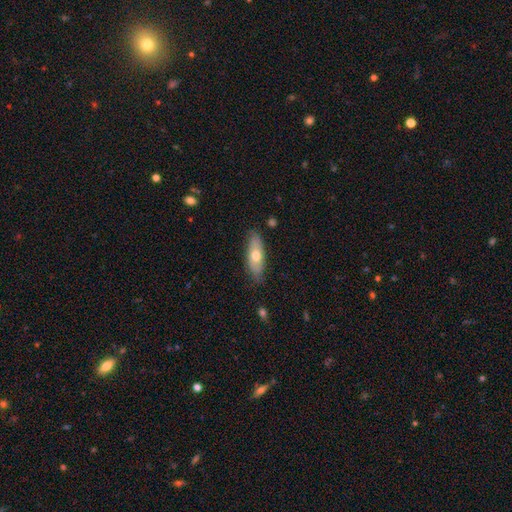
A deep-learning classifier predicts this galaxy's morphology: Smooth or featured? smooth (58%)
How rounded? in between (62%)
Merging? none (83%)